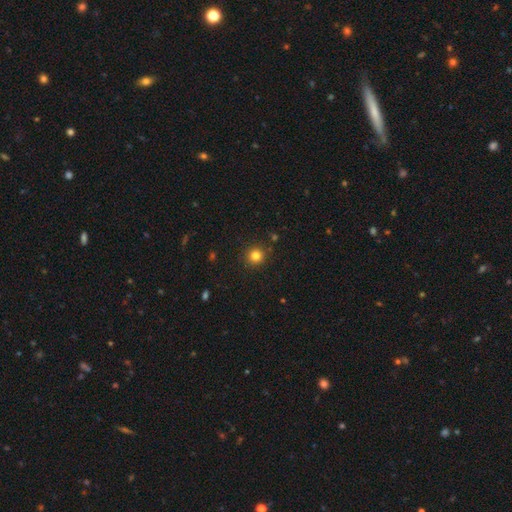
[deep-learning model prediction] Q: Smooth or featured?
A: smooth (81%); runner-up: star or artifact (13%)
Q: How rounded?
A: round (92%); runner-up: in between (7%)
Q: Merging?
A: none (90%); runner-up: minor disturbance (6%)